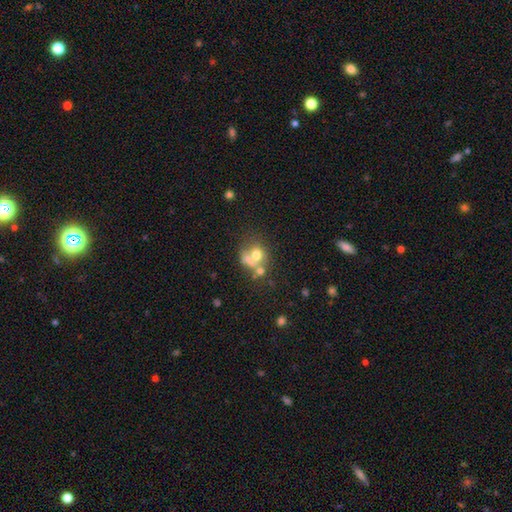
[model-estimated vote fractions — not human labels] smooth_or_featured: smooth (p=0.61) [alt: featured or disk p=0.24]
how_rounded: round (p=0.68) [alt: in between p=0.31]
merging: merger (p=0.45) [alt: none p=0.31]